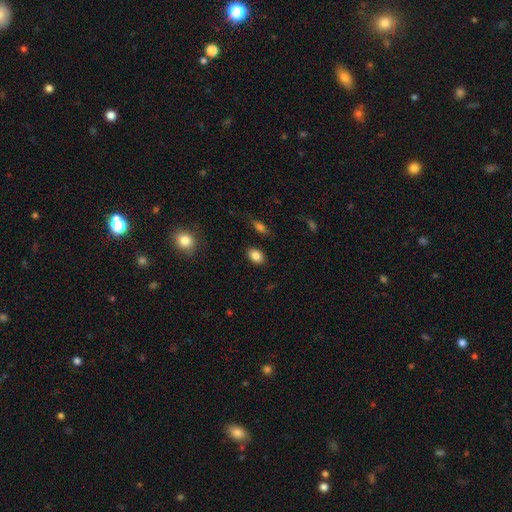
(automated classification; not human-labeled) smooth 85%, star or artifact 9%, featured or disk 6%. Down the decision tree: how rounded — in between (80%); merging — none (87%).